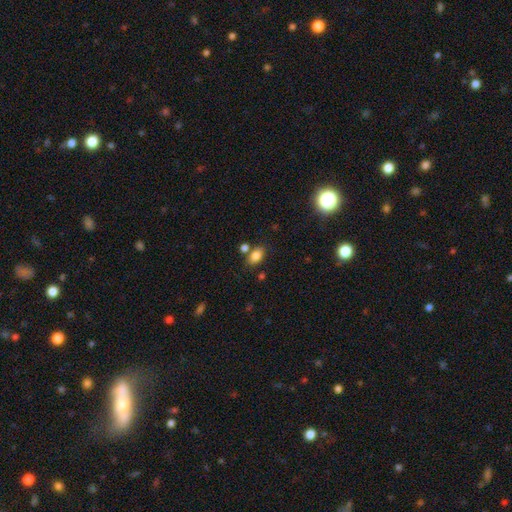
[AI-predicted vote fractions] smooth_or_featured: smooth (p=0.83) [alt: star or artifact p=0.10]
how_rounded: in between (p=0.86) [alt: round p=0.12]
merging: none (p=0.70) [alt: merger p=0.14]